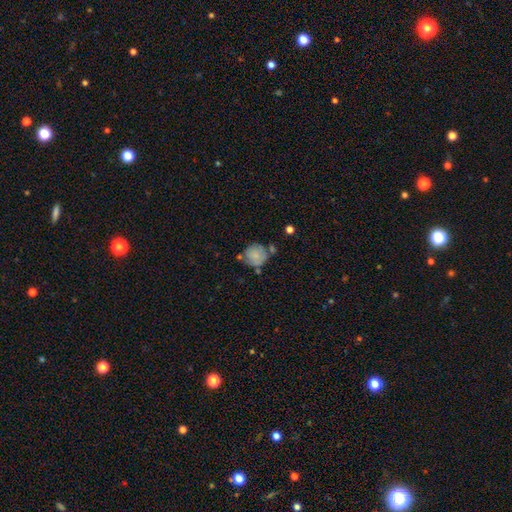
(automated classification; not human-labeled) A smooth galaxy with no disk features (70%) that is round (85%). Merging: none (55%).